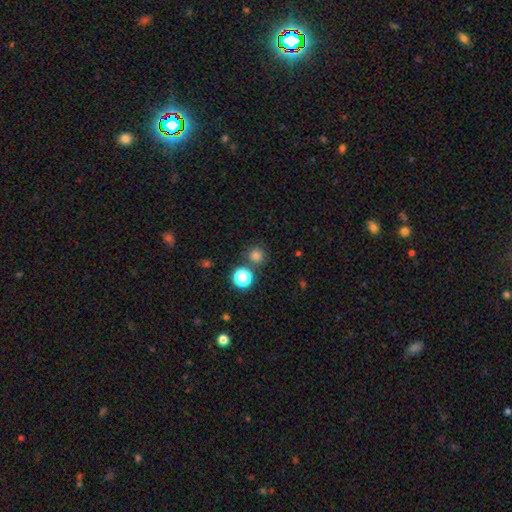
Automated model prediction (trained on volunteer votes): Overall: smooth (76%). How rounded: round (93%). Merging: none (81%).